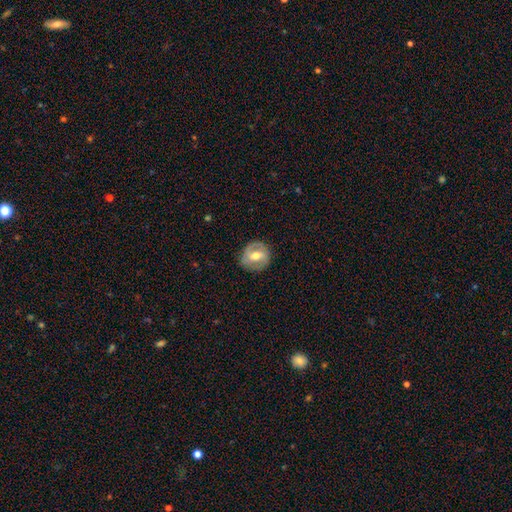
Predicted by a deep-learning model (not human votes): Smooth or featured?
  - featured or disk: 53% *
  - smooth: 40%
  - star or artifact: 7%
Edge-on disk?
  - no: 95% *
  - yes: 5%
Bar?
  - weak: 44% *
  - strong: 31%
  - no: 25%
Spiral arms?
  - yes: 51% *
  - no: 49%
Bulge size?
  - moderate: 73% *
  - small: 19%
  - large: 6%
  - none: 1%
  - dominant: 1%
Merging?
  - none: 81% *
  - minor disturbance: 13%
  - major disturbance: 4%
  - merger: 1%